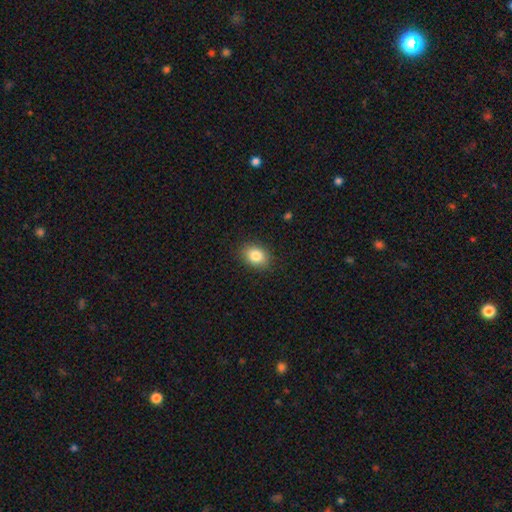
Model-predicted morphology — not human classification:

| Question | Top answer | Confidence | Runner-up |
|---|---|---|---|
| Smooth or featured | smooth | 84% | star or artifact (9%) |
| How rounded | in between | 64% | round (34%) |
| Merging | none | 88% | minor disturbance (9%) |